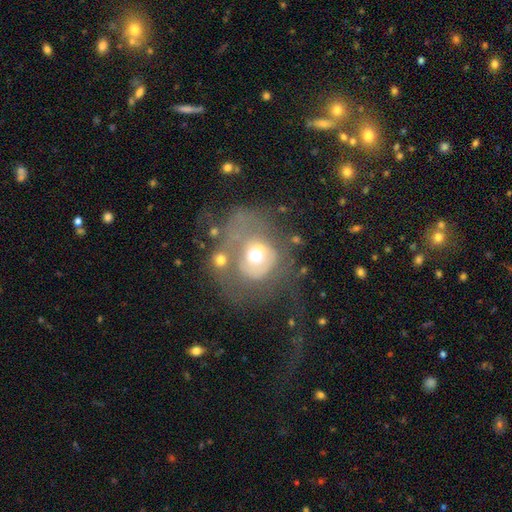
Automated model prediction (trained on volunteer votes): smooth_or_featured: featured or disk (p=0.53) [alt: smooth p=0.37]
disk_edge_on: no (p=0.97) [alt: yes p=0.03]
bar: no (p=0.81) [alt: weak p=0.15]
has_spiral_arms: no (p=0.64) [alt: yes p=0.36]
bulge_size: moderate (p=0.66) [alt: small p=0.18]
merging: major disturbance (p=0.40) [alt: none p=0.25]